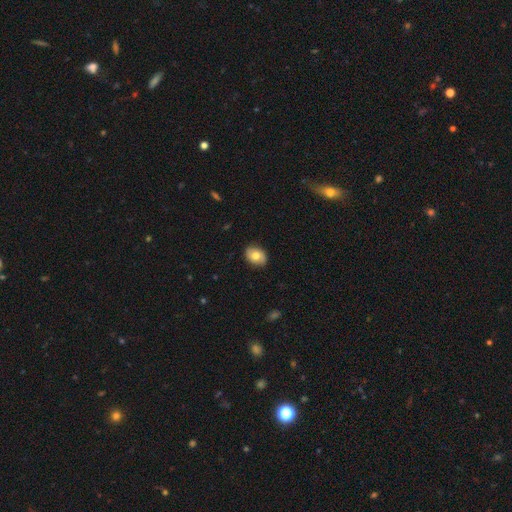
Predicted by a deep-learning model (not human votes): smooth 71%, featured or disk 21%, star or artifact 8%. Down the decision tree: how rounded — in between (72%); merging — none (86%).